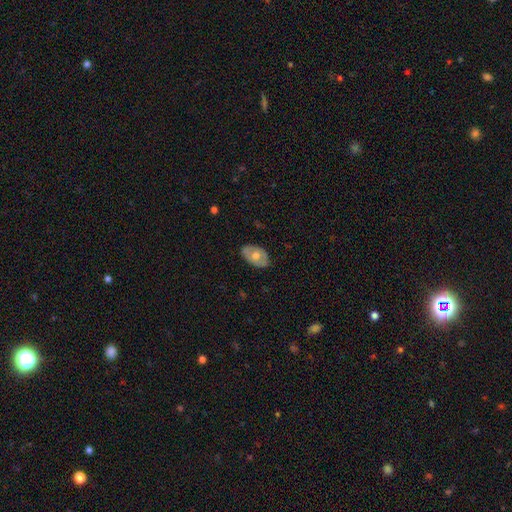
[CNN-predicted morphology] smooth 51%, featured or disk 43%, star or artifact 6%. Down the decision tree: how rounded — in between (88%); merging — none (82%).